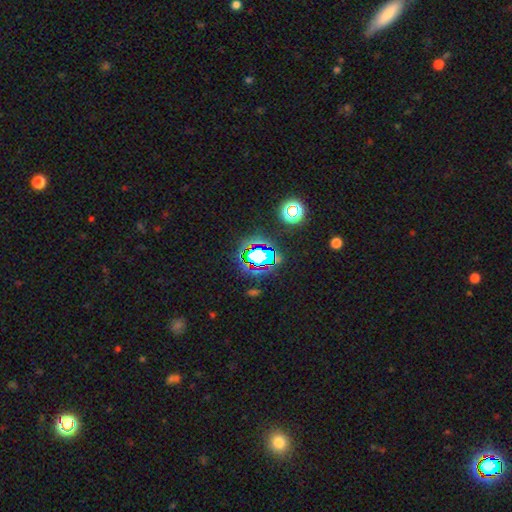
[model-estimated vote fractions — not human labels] smooth_or_featured: star or artifact (p=0.61) [alt: smooth p=0.25]